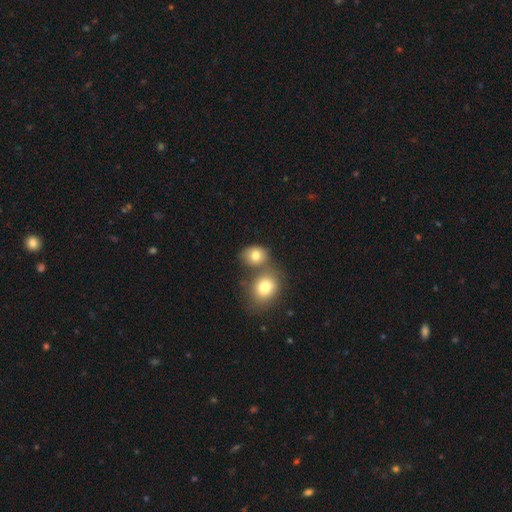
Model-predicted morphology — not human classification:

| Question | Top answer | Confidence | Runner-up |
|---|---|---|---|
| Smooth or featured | smooth | 79% | featured or disk (11%) |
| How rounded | round | 59% | in between (40%) |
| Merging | none | 47% | merger (39%) |